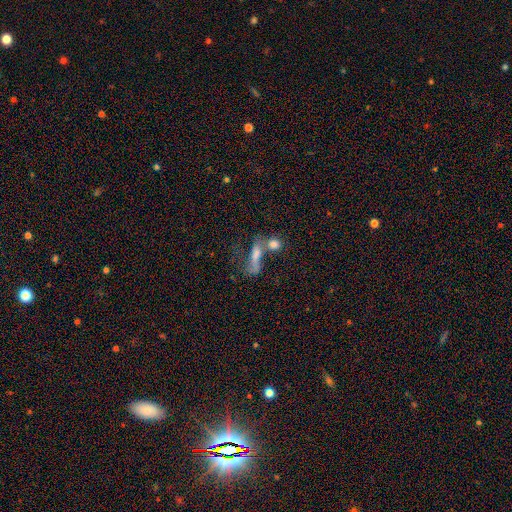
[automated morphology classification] Smooth or featured?
  - smooth: 59% *
  - featured or disk: 27%
  - star or artifact: 13%
How rounded?
  - cigar-shaped: 46% *
  - in between: 44%
  - round: 10%
Merging?
  - merger: 45% *
  - none: 25%
  - major disturbance: 19%
  - minor disturbance: 11%